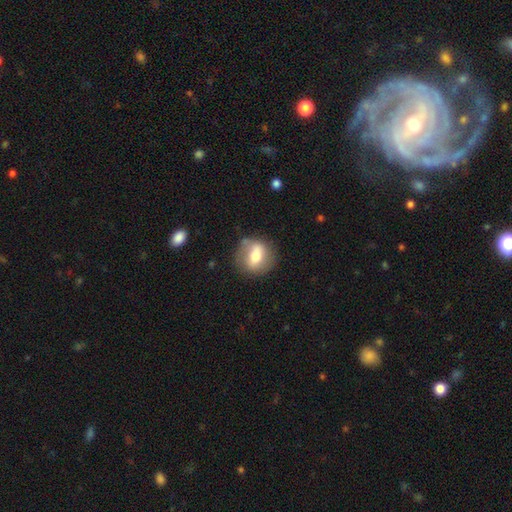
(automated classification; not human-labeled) Smooth or featured: smooth — 58% (featured or disk — 34%)
How rounded: round — 66% (in between — 31%)
Merging: none — 74% (minor disturbance — 17%)